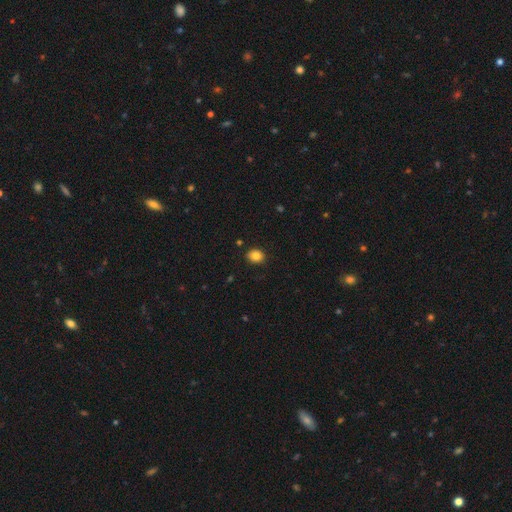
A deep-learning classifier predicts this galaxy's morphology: type=smooth (84%); roundness=round (53%); merging=none (87%).